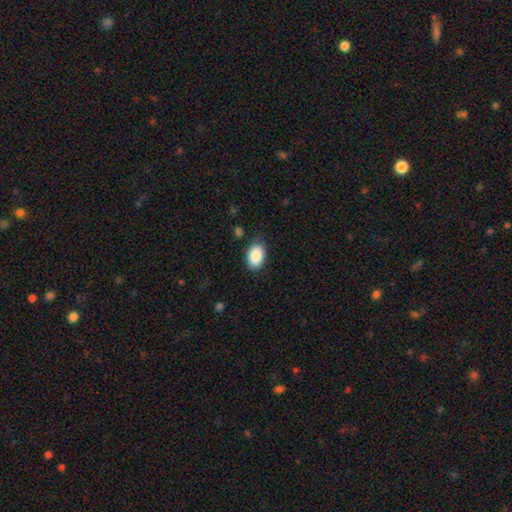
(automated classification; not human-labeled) Smooth or featured: smooth — 89% (star or artifact — 7%)
How rounded: in between — 86% (round — 12%)
Merging: none — 78% (minor disturbance — 16%)